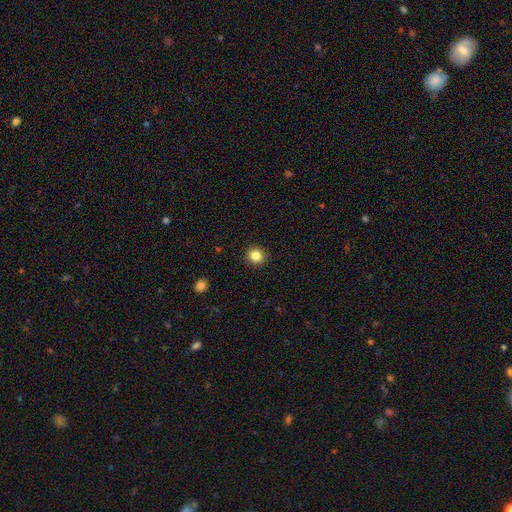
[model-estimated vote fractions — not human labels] The model was most divided on "smooth or featured": smooth: 84%, star or artifact: 11%, featured or disk: 5%. More confident: merging — none (92%); how rounded — round (89%).